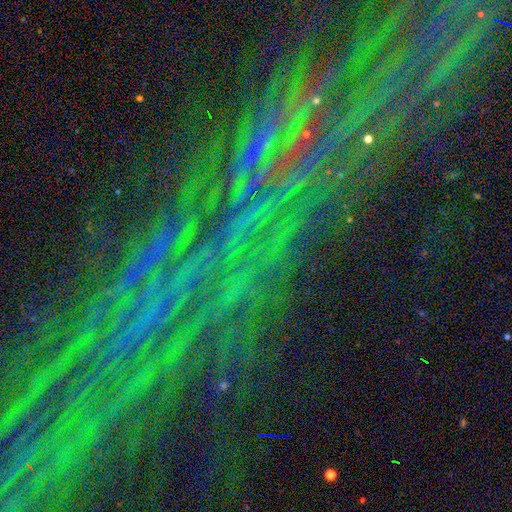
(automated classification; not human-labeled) Smooth or featured?
  - star or artifact: 82% *
  - featured or disk: 10%
  - smooth: 8%